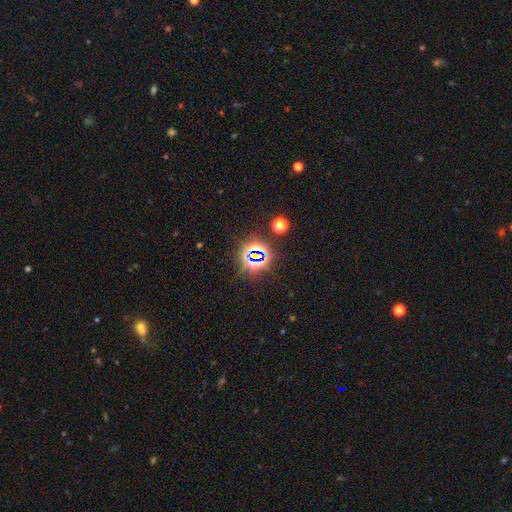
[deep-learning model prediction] smooth-or-featured: star or artifact: 76% | smooth: 15% | featured or disk: 9%